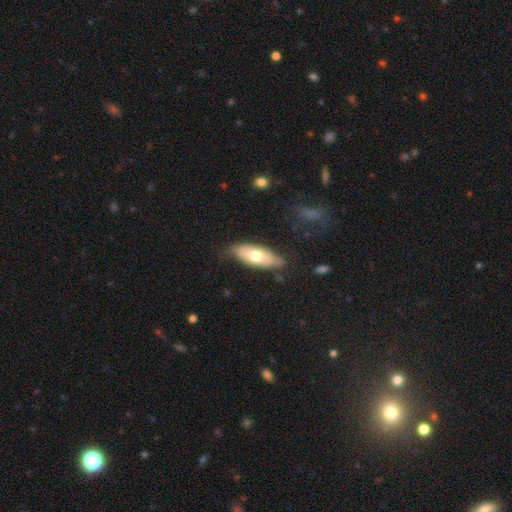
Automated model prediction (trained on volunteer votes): This appears to be a smooth galaxy with no disk features (64%) that is in between round and cigar-shaped (77%). Merging: none (71%).